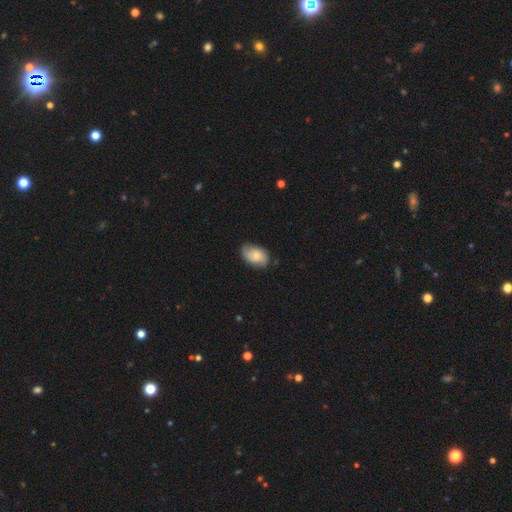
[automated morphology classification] Smooth or featured?
  - smooth: 59% *
  - featured or disk: 33%
  - star or artifact: 7%
How rounded?
  - in between: 87% *
  - round: 11%
  - cigar-shaped: 1%
Merging?
  - none: 70% *
  - minor disturbance: 24%
  - major disturbance: 5%
  - merger: 1%